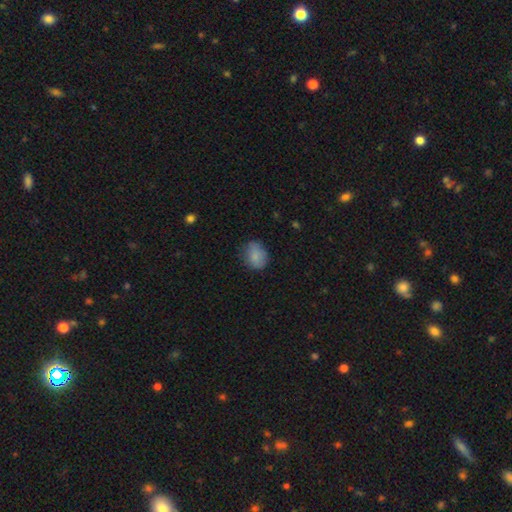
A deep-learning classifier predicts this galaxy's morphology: Smooth or featured: smooth — 84% (star or artifact — 8%)
How rounded: in between — 58% (round — 41%)
Merging: none — 70% (minor disturbance — 23%)